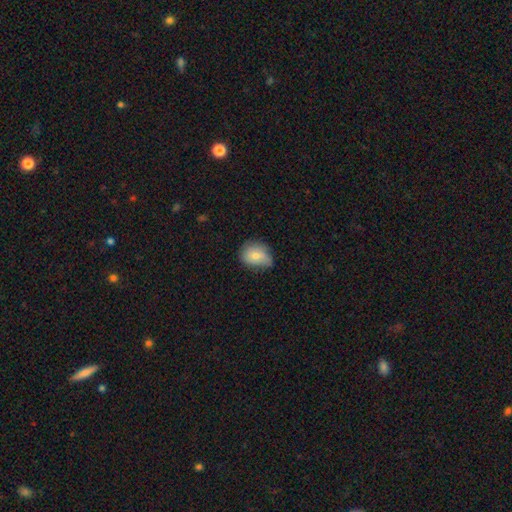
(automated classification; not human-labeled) The model was most divided on "merging": none: 47%, minor disturbance: 42%, major disturbance: 10%, merger: 2%. More confident: smooth or featured — smooth (76%); how rounded — in between (56%).